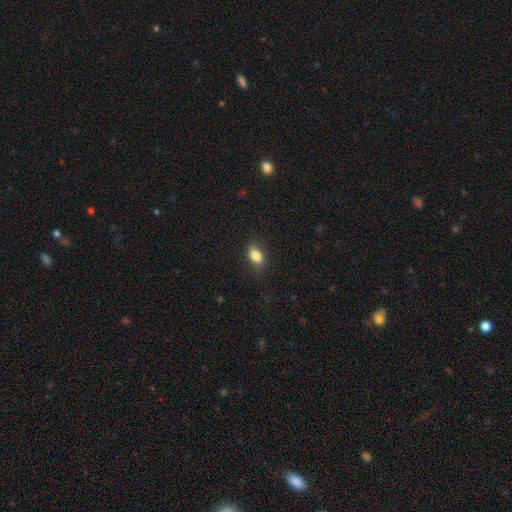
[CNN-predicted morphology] This appears to be a smooth galaxy with no disk features (85%) that is in between round and cigar-shaped (86%). Merging: none (85%).